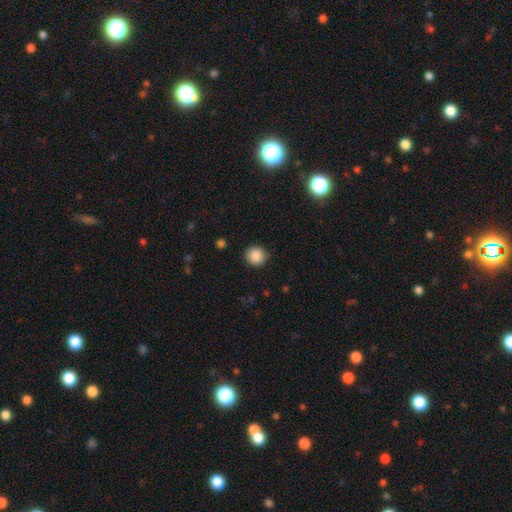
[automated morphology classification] Smooth or featured? Predicted: smooth (p=0.87). How rounded? Predicted: round (p=0.91). Merging? Predicted: none (p=0.89).